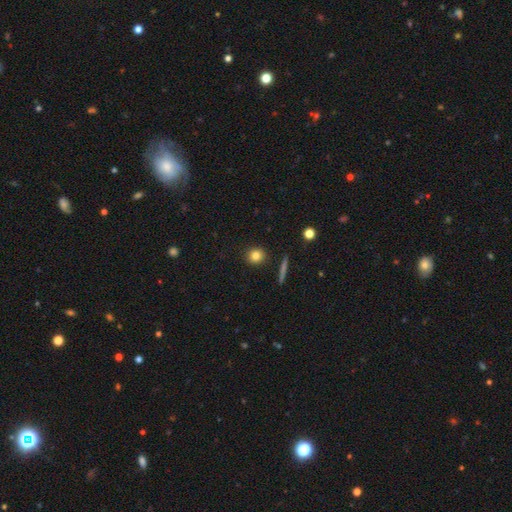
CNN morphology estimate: Smooth or featured? smooth (81%)
How rounded? round (88%)
Merging? none (90%)